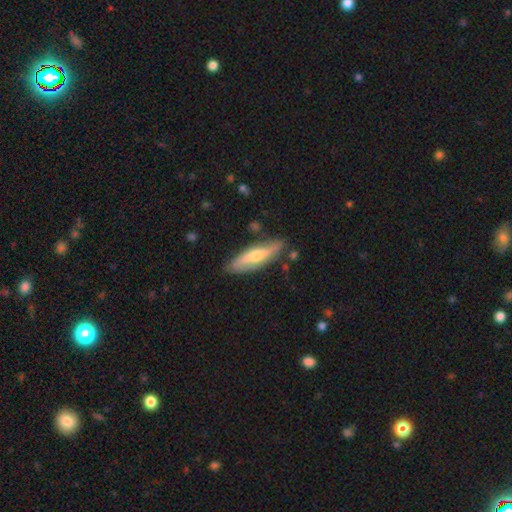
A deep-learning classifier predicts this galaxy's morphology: A featured or disk galaxy (51%) viewed edge-on (54%).

Vote fractions:
- Smooth or featured? featured or disk: 51% / smooth: 42% / star or artifact: 6%
- Edge-on disk? yes: 54% / no: 46%
- Merging? none: 79% / minor disturbance: 15% / major disturbance: 3% / merger: 2%